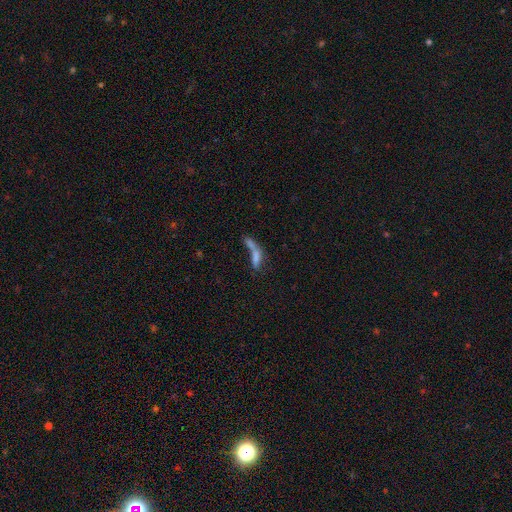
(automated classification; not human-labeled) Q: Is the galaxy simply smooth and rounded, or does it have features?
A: smooth — 60%.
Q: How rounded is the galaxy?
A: cigar-shaped — 53%.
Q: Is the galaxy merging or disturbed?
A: merger — 59%.